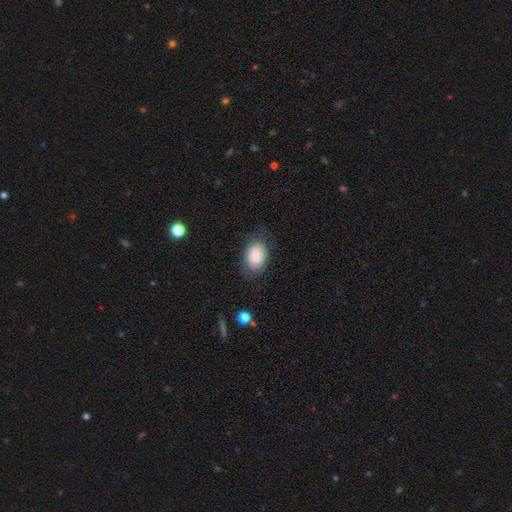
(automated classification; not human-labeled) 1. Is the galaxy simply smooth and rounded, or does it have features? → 84% smooth, 9% featured or disk, 8% star or artifact.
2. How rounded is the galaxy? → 85% in between, 14% round, 1% cigar-shaped.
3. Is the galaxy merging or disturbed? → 72% none, 19% minor disturbance, 7% major disturbance, 2% merger.